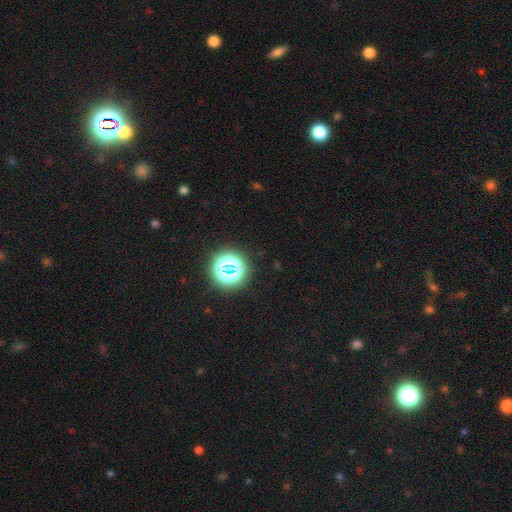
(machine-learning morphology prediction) Smooth or featured? Predicted: star or artifact (p=0.76).